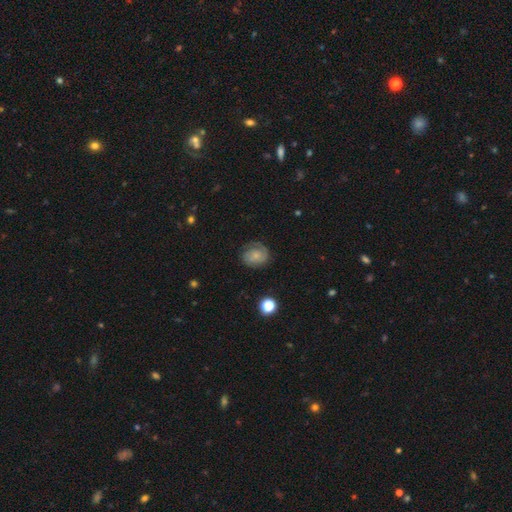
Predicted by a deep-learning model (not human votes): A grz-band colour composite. It shows a featured or disk galaxy (60%) with no bar (70%), 2 (50%) tight (57%) spiral arms (90%) and a small central bulge (55%). Merging: none (70%).